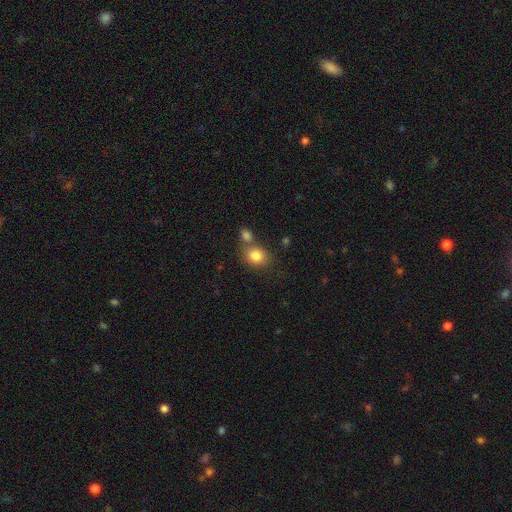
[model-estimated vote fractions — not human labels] Morphology: type=smooth (83%); roundness=round (54%); merging=none (57%).